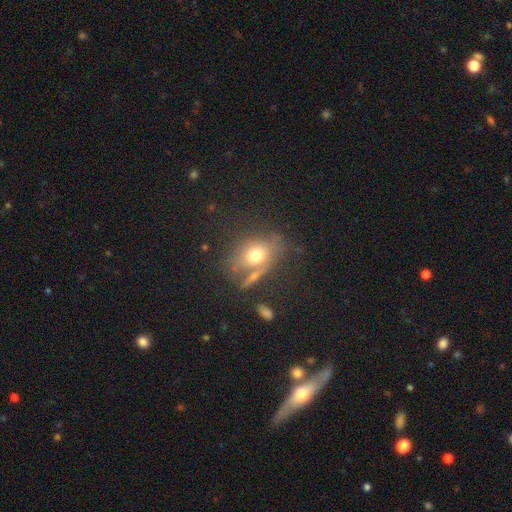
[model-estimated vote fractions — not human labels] smooth_or_featured: smooth (p=0.66) [alt: featured or disk p=0.22]
how_rounded: in between (p=0.59) [alt: round p=0.38]
merging: none (p=0.46) [alt: merger p=0.20]